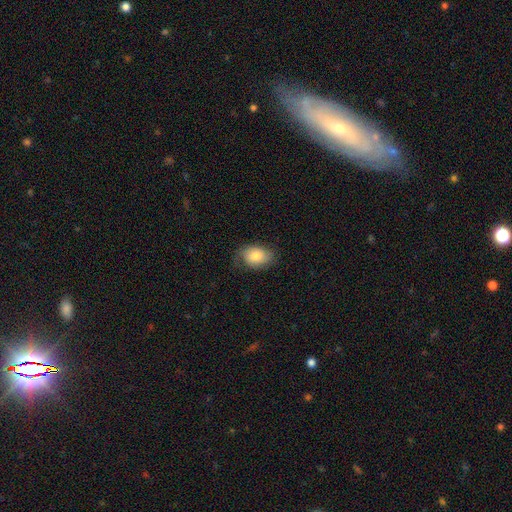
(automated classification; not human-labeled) This is likely a smooth galaxy (75%). How rounded: clearly in between (80%). Merging: likely none (65%).